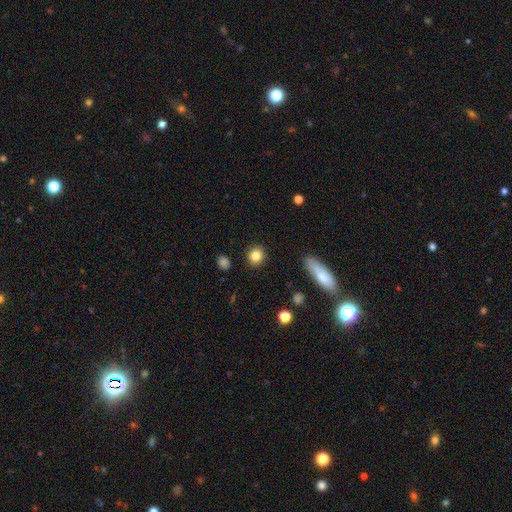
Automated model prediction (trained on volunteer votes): Q: Smooth or featured?
A: smooth (84%); runner-up: star or artifact (10%)
Q: How rounded?
A: round (84%); runner-up: in between (15%)
Q: Merging?
A: none (90%); runner-up: minor disturbance (6%)